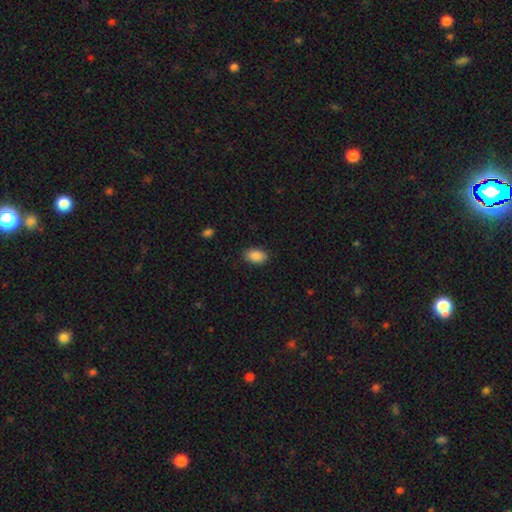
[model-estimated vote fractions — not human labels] The model was most divided on "merging": none: 88%, minor disturbance: 9%, major disturbance: 2%, merger: 1%. More confident: how rounded — in between (91%); smooth or featured — smooth (89%).